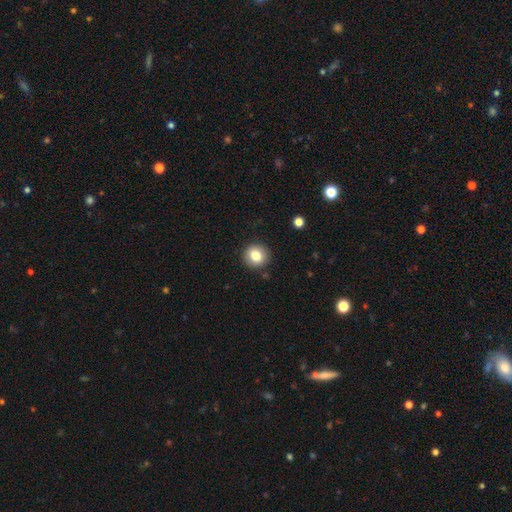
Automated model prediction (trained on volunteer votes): This appears to be a smooth galaxy with no disk features (81%) that is round (90%). Merging: none (90%).